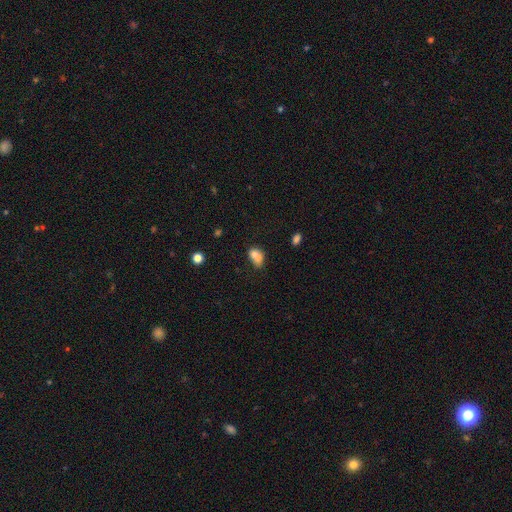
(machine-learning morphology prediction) type=smooth (75%); roundness=in between (73%); merging=merger (30%, tied with none).